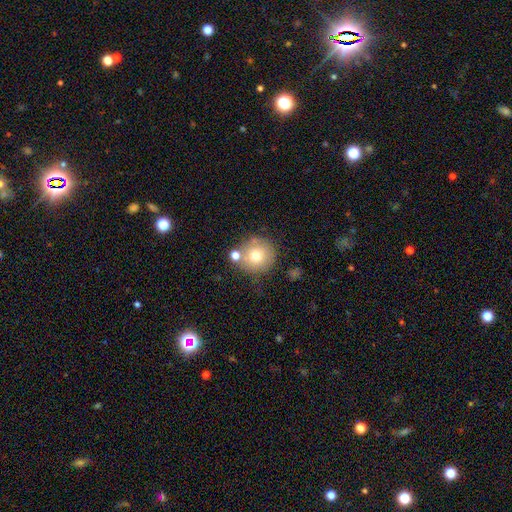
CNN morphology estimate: This is likely a smooth galaxy (70%). How rounded: clearly round (92%). Merging: likely none (65%).